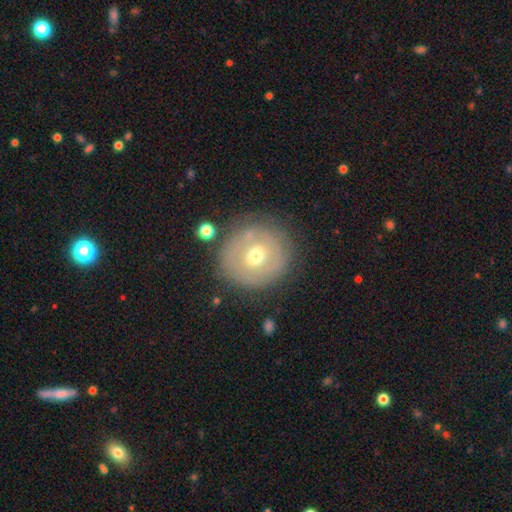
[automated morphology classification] smooth_or_featured: featured or disk (p=0.46) [alt: smooth p=0.45]
merging: none (p=0.79) [alt: minor disturbance p=0.13]